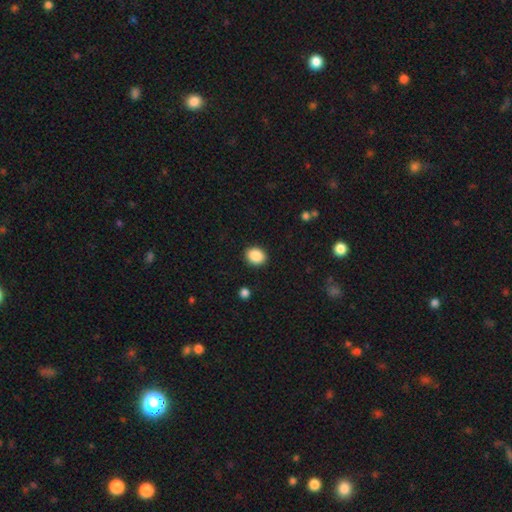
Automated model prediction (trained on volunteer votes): Smooth or featured? Predicted: smooth (p=0.89). How rounded? Predicted: round (p=0.51). Merging? Predicted: none (p=0.90).